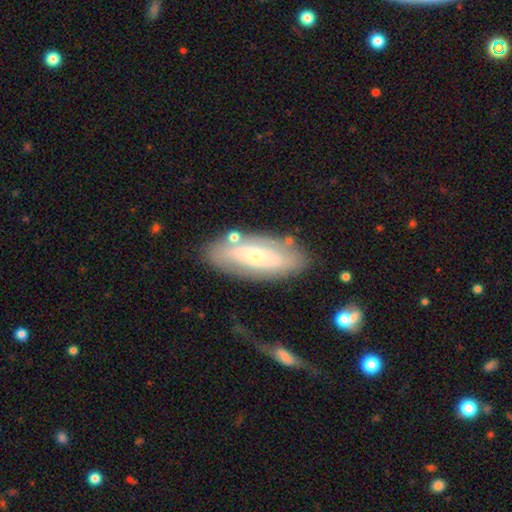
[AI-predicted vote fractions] Morphology: type=featured or disk (60%); edge-on=no (84%); bar=no (68%); spiral arms=yes (61%); bulge=small (66%); merging=none (65%).